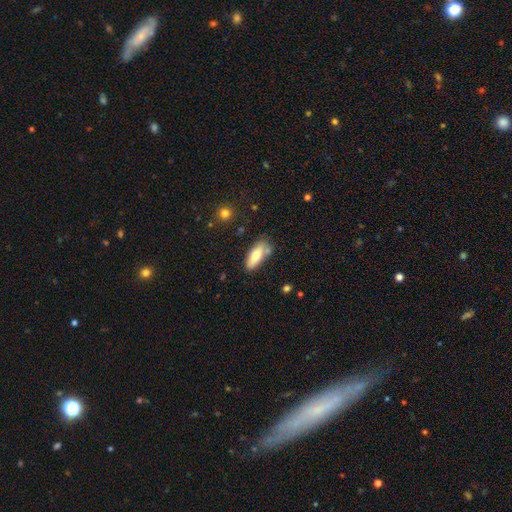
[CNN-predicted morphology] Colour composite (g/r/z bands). It shows a smooth galaxy with no disk features (69%) that is in between round and cigar-shaped (76%). Merging: none (65%).